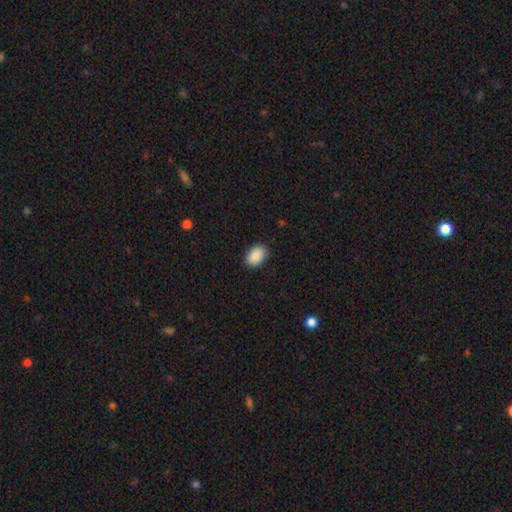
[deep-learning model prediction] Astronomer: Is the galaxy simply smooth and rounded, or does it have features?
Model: smooth — 90%.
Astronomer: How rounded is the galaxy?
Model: in between — 85%.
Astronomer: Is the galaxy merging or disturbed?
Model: none — 88%.